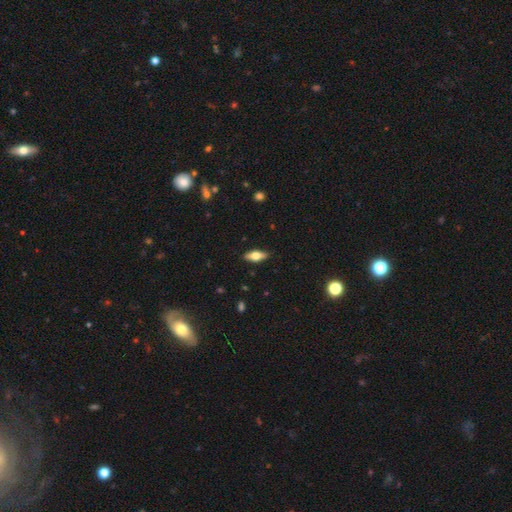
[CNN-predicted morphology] type=smooth (61%); roundness=in between (76%); merging=none (88%).